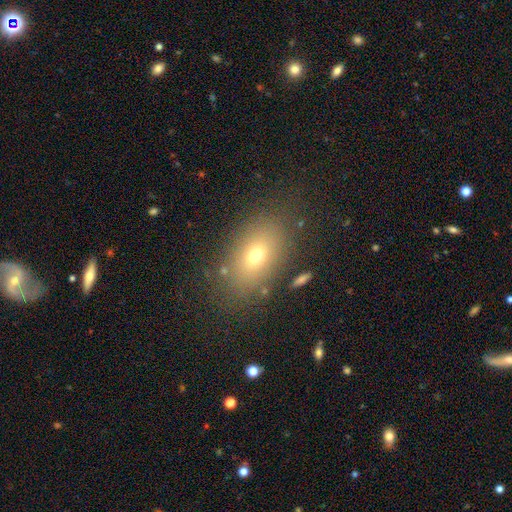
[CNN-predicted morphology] smooth_or_featured: smooth (p=0.69) [alt: featured or disk p=0.17]
how_rounded: in between (p=0.82) [alt: round p=0.15]
merging: none (p=0.80) [alt: minor disturbance p=0.11]